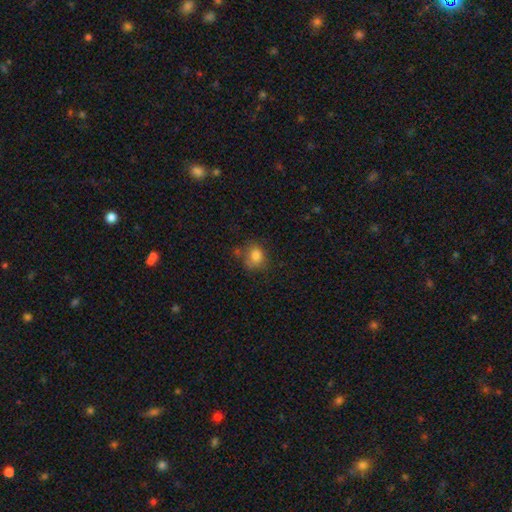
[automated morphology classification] Q: Smooth or featured?
A: smooth (81%); runner-up: star or artifact (10%)
Q: How rounded?
A: round (59%); runner-up: in between (40%)
Q: Merging?
A: none (57%); runner-up: minor disturbance (25%)